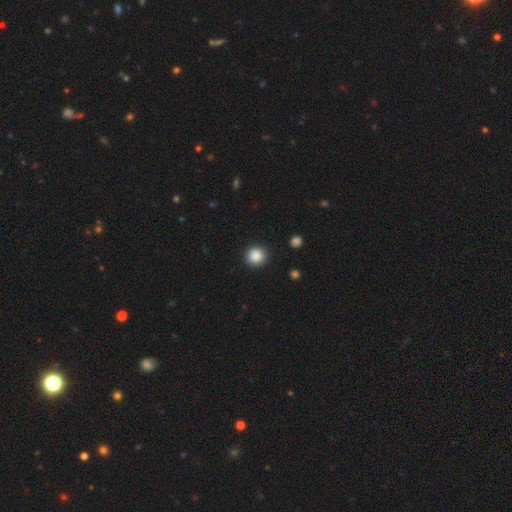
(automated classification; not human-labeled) Q: Smooth or featured?
A: smooth (87%); runner-up: star or artifact (10%)
Q: How rounded?
A: round (92%); runner-up: in between (7%)
Q: Merging?
A: none (91%); runner-up: minor disturbance (6%)